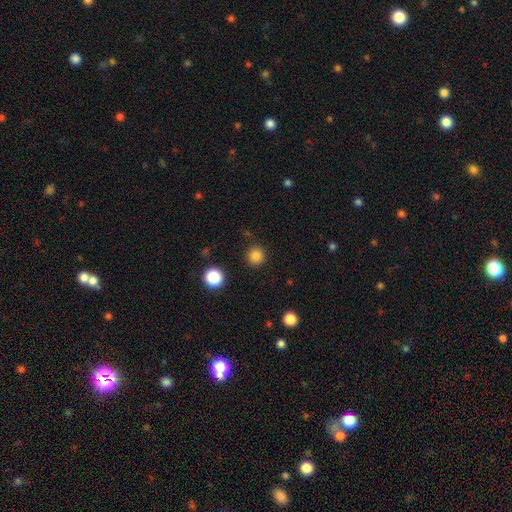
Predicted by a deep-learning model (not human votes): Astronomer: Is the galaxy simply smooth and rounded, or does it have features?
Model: smooth — 84%.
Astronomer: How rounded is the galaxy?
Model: round — 94%.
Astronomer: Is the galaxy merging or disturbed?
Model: none — 90%.